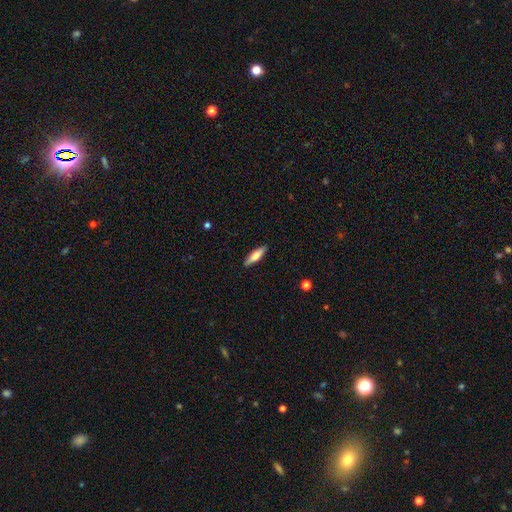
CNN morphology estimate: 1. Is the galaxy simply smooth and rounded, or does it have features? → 62% smooth, 33% featured or disk, 6% star or artifact.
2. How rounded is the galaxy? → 67% cigar-shaped, 31% in between, 2% round.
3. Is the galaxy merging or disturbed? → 89% none, 8% minor disturbance, 2% major disturbance, 1% merger.